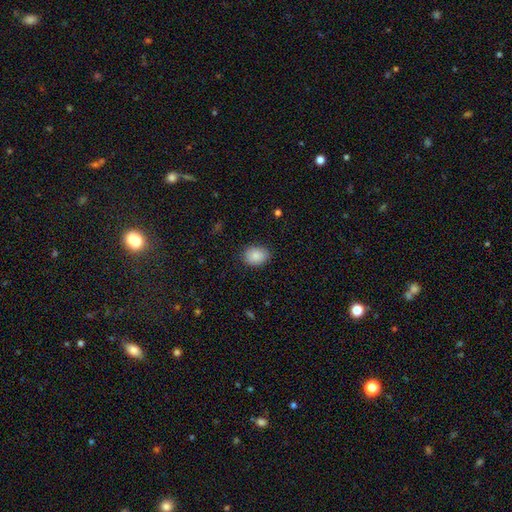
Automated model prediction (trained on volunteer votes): A smooth galaxy with no disk features (87%) that is in between round and cigar-shaped (62%).

Vote fractions:
- Smooth or featured? smooth: 87% / star or artifact: 7% / featured or disk: 6%
- How rounded? in between: 62% / round: 37% / cigar-shaped: 1%
- Merging? none: 84% / minor disturbance: 12% / major disturbance: 3% / merger: 1%